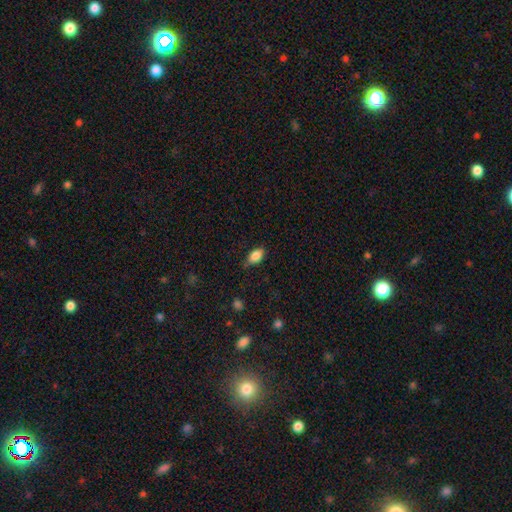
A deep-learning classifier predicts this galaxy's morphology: type=smooth (85%); roundness=in between (89%); merging=none (77%).